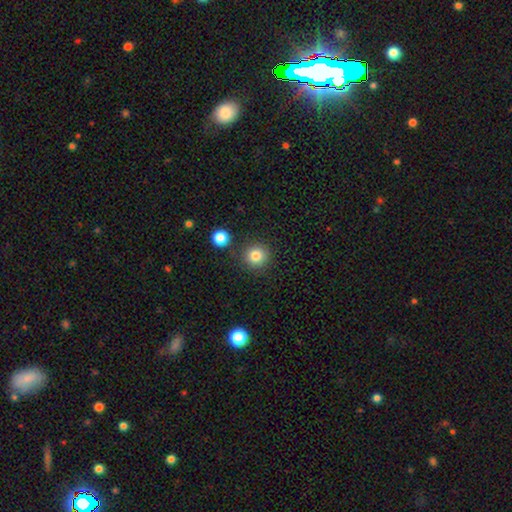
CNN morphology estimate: Overall: smooth (82%). How rounded: round (94%). Merging: none (86%).